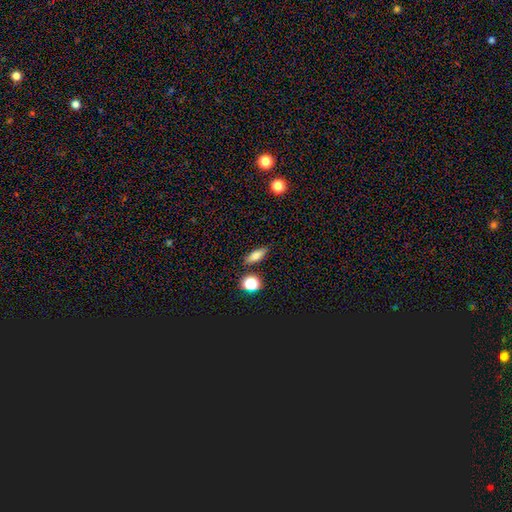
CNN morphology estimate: This is likely a smooth galaxy (75%). How rounded: likely in between (62%). Merging: clearly none (83%).